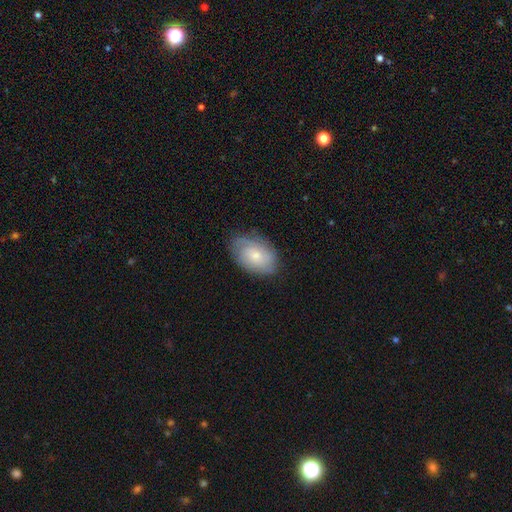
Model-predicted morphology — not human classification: Smooth or featured: smooth — 49% (featured or disk — 44%)
Merging: none — 75% (minor disturbance — 19%)